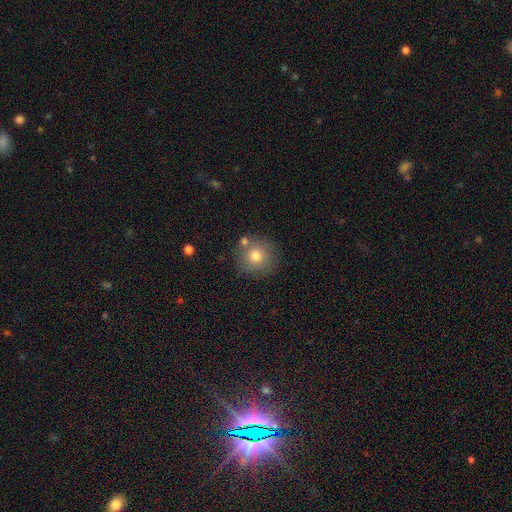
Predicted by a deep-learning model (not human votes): Overall: smooth (77%). How rounded: round (93%). Merging: none (76%).